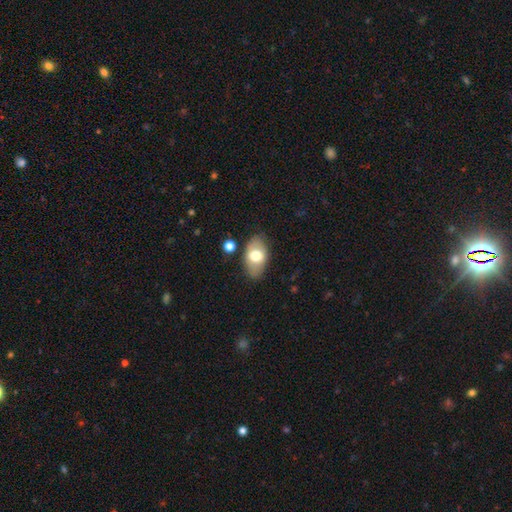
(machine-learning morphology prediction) The model was most divided on "smooth or featured": smooth: 69%, featured or disk: 24%, star or artifact: 7%. More confident: how rounded — in between (92%); merging — none (79%).